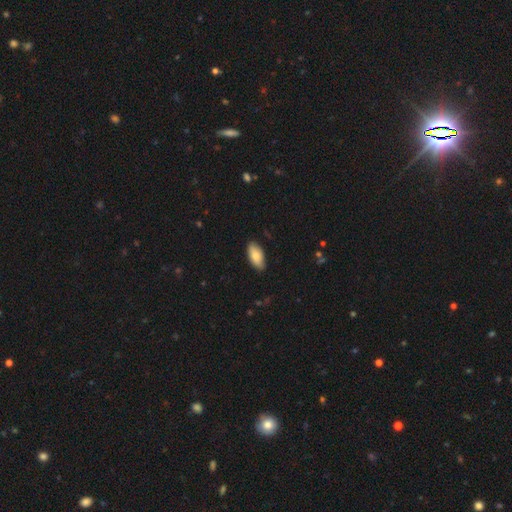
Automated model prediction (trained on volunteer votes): Overall: smooth (79%). How rounded: in between (91%). Merging: none (84%).